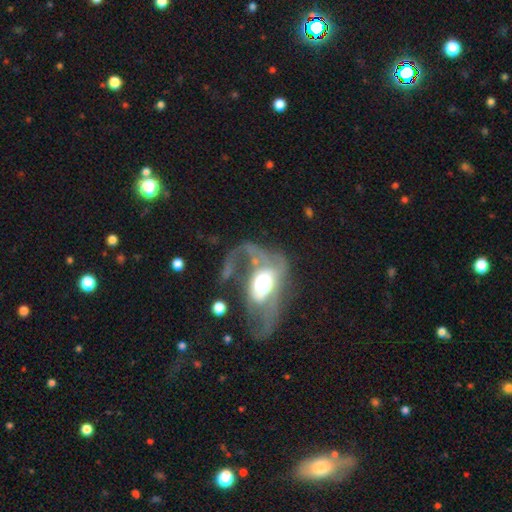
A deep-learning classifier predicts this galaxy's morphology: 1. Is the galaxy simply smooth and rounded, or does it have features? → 71% featured or disk, 19% smooth, 10% star or artifact.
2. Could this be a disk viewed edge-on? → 92% no, 8% yes.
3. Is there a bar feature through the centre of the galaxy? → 62% no, 26% weak, 12% strong.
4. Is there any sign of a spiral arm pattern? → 60% yes, 40% no.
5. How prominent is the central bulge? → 55% moderate, 32% large, 6% small, 4% dominant, 2% none.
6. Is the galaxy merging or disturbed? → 47% major disturbance, 25% none, 16% minor disturbance, 12% merger.